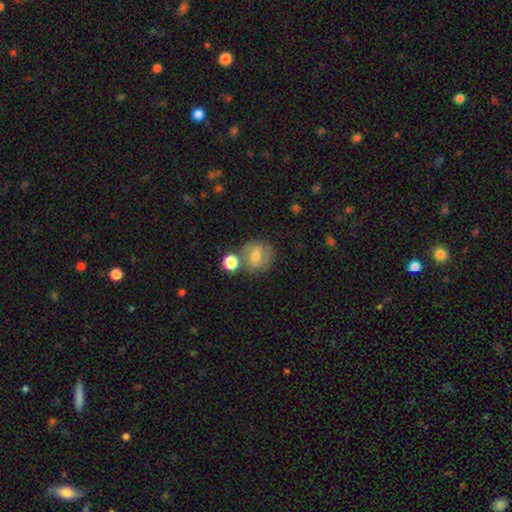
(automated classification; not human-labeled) Morphology: type=smooth (68%); roundness=round (80%); merging=none (60%).